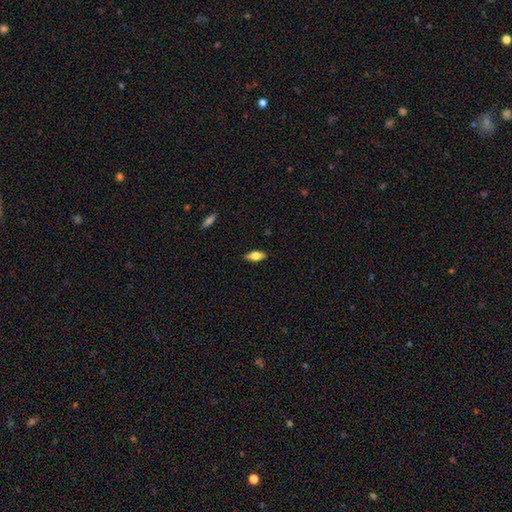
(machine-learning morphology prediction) smooth 66%, featured or disk 27%, star or artifact 7%. Down the decision tree: how rounded — in between (79%); merging — none (88%).